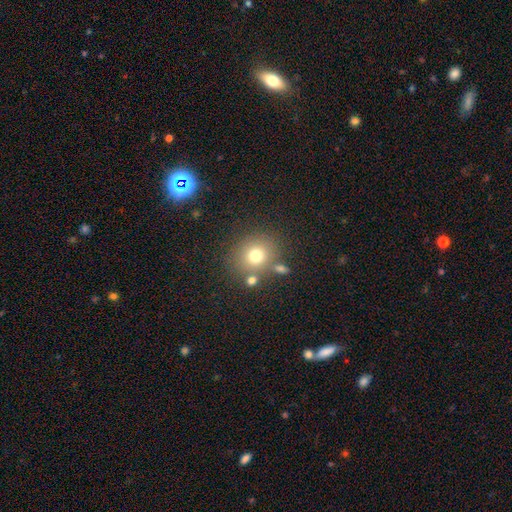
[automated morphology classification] smooth 73%, star or artifact 15%, featured or disk 12%. Down the decision tree: how rounded — round (82%); merging — none (73%).